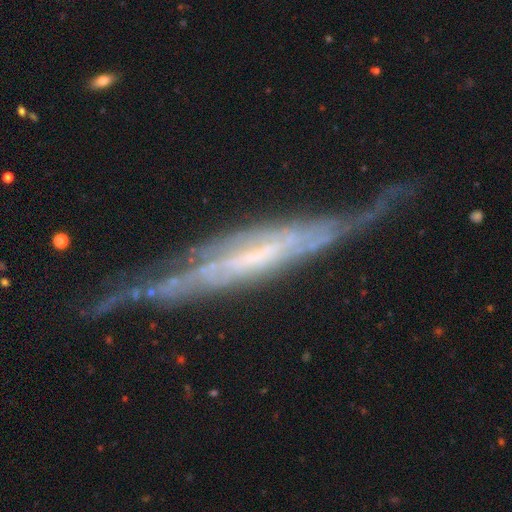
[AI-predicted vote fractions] Smooth or featured? featured or disk (84%)
Edge-on disk? yes (71%)
Edge-on bulge? none (57%)
Merging? none (63%)